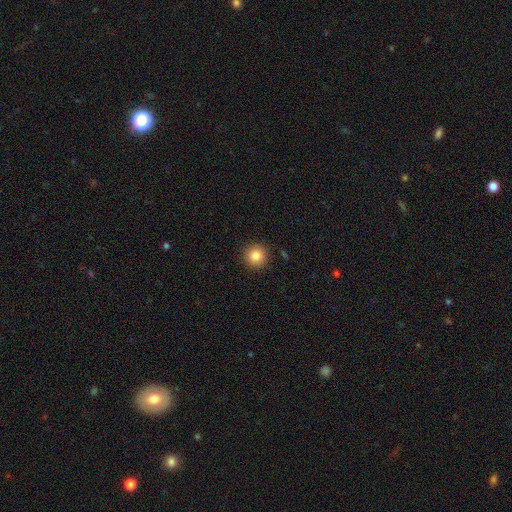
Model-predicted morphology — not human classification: A smooth galaxy with no disk features (84%) that is round (95%).

Vote fractions:
- Smooth or featured? smooth: 84% / star or artifact: 10% / featured or disk: 6%
- How rounded? round: 95% / in between: 4% / cigar-shaped: 1%
- Merging? none: 92% / minor disturbance: 6% / major disturbance: 2% / merger: 1%